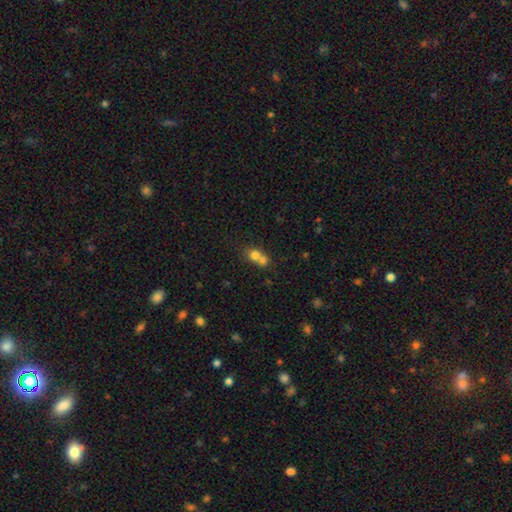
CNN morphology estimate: Smooth or featured?
  - smooth: 73% *
  - featured or disk: 15%
  - star or artifact: 12%
How rounded?
  - round: 75% *
  - in between: 23%
  - cigar-shaped: 1%
Merging?
  - merger: 65% *
  - none: 28%
  - minor disturbance: 5%
  - major disturbance: 3%